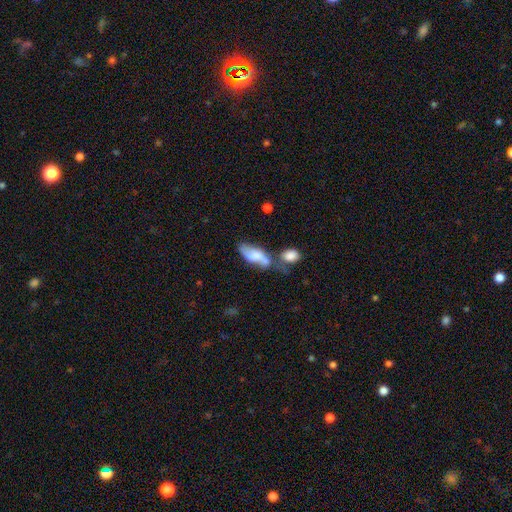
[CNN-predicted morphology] This appears to be a smooth galaxy with no disk features (58%) that is in between round and cigar-shaped (80%). Merging: merger (47%).